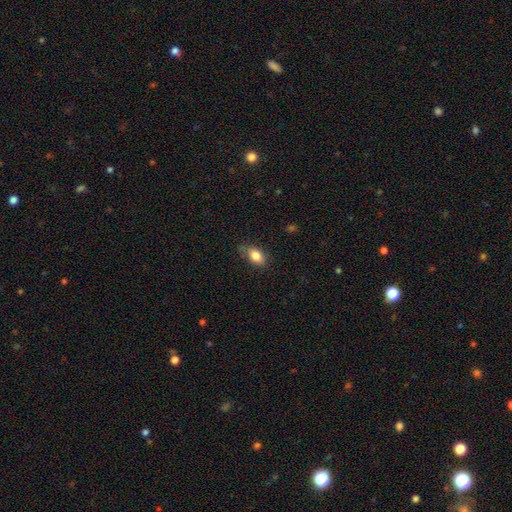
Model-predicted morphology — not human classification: type=smooth (83%); roundness=in between (86%); merging=none (67%).